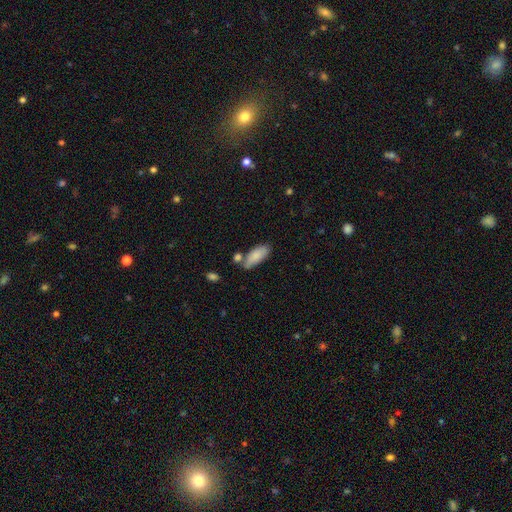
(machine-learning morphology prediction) A smooth galaxy with no disk features (84%) that is in between round and cigar-shaped (80%). Merging: none (57%).